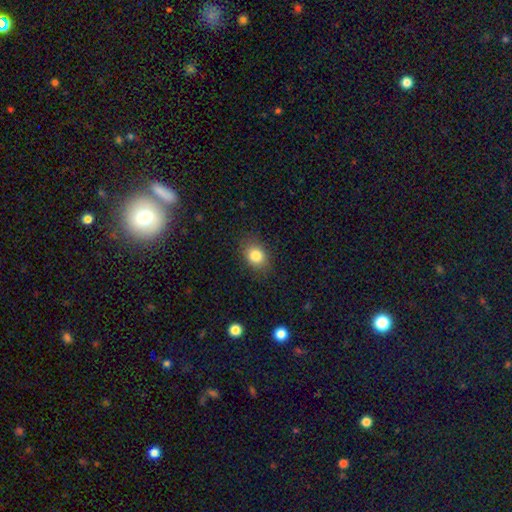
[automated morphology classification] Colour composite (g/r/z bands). It shows a smooth galaxy with no disk features (83%) that is in between round and cigar-shaped (57%). Merging: none (84%).